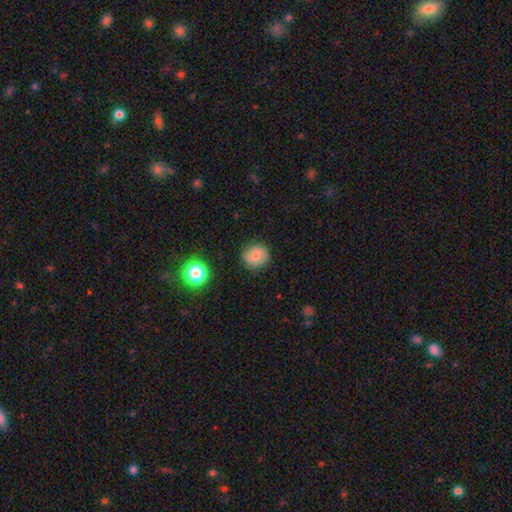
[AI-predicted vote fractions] A smooth galaxy with no disk features (62%) that is round (86%).

Vote fractions:
- Smooth or featured? smooth: 62% / featured or disk: 28% / star or artifact: 10%
- How rounded? round: 86% / in between: 13% / cigar-shaped: 1%
- Merging? none: 83% / minor disturbance: 13% / major disturbance: 3% / merger: 1%